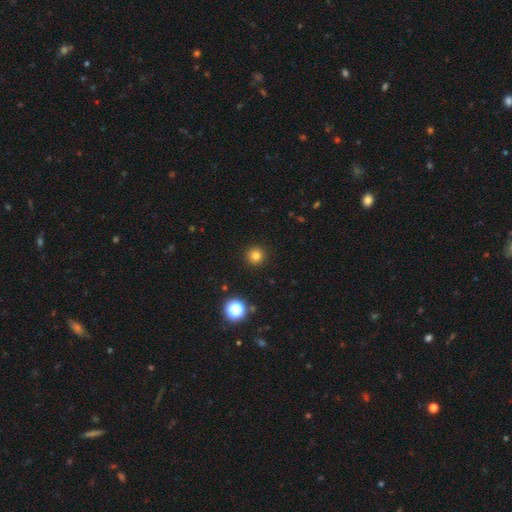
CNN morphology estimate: This appears to be a smooth galaxy with no disk features (80%) that is round (96%). Merging: none (93%).